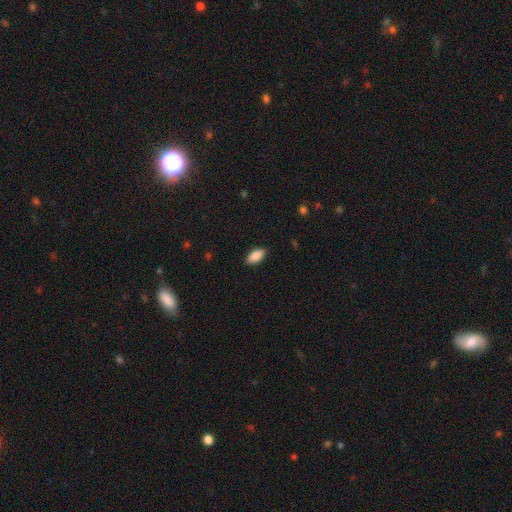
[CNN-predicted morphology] A smooth galaxy with no disk features (87%) that is in between round and cigar-shaped (91%). Merging: none (88%).